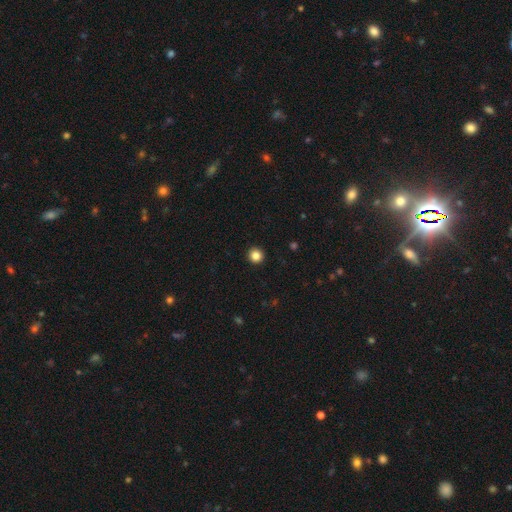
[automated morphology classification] smooth 85%, star or artifact 11%, featured or disk 4%. Down the decision tree: how rounded — round (95%); merging — none (94%).